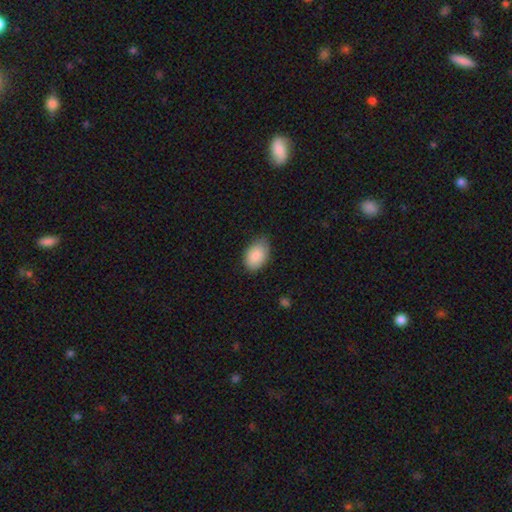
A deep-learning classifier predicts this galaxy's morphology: Smooth or featured? smooth (88%)
How rounded? in between (92%)
Merging? none (75%)